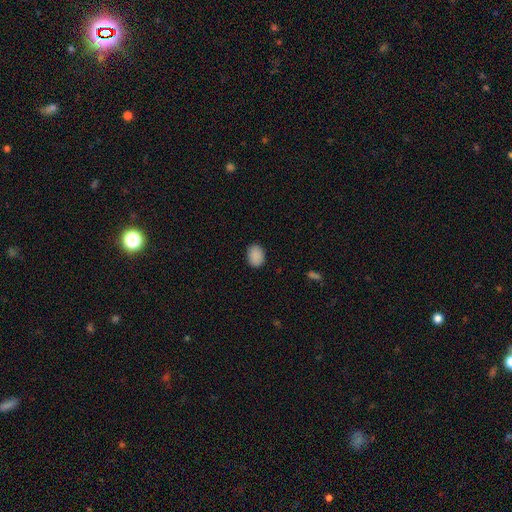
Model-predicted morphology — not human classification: Q: Smooth or featured?
A: smooth (89%); runner-up: star or artifact (8%)
Q: How rounded?
A: in between (69%); runner-up: round (30%)
Q: Merging?
A: none (87%); runner-up: minor disturbance (10%)